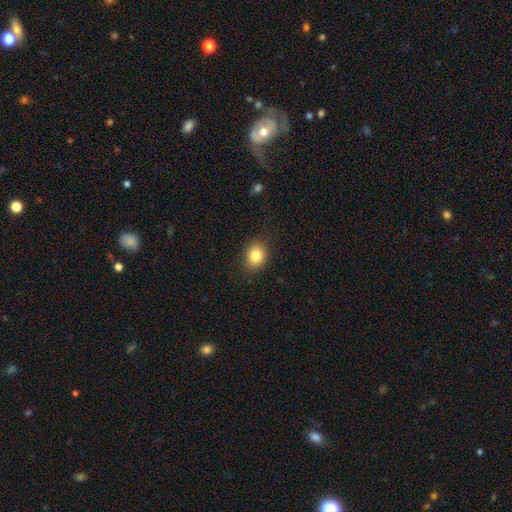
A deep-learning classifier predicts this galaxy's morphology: Overall: smooth (83%). How rounded: round (57%; in between 42%). Merging: none (87%).